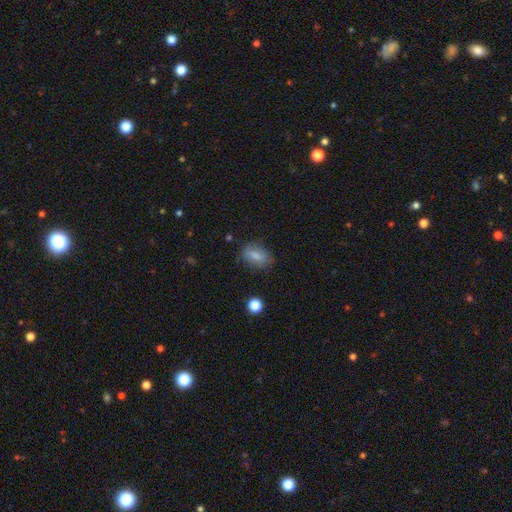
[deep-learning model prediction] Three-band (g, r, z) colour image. It shows a smooth galaxy with no disk features (80%) that is in between round and cigar-shaped (82%). Merging: none (73%).